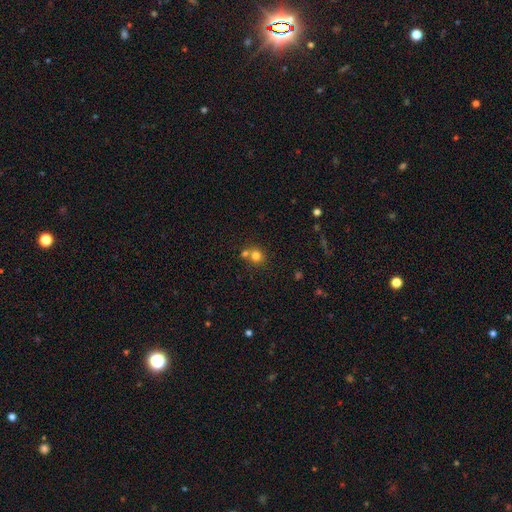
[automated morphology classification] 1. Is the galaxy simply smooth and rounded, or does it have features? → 77% smooth, 14% star or artifact, 9% featured or disk.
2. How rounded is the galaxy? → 87% round, 12% in between, 1% cigar-shaped.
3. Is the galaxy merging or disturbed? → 54% none, 37% merger, 7% minor disturbance, 3% major disturbance.